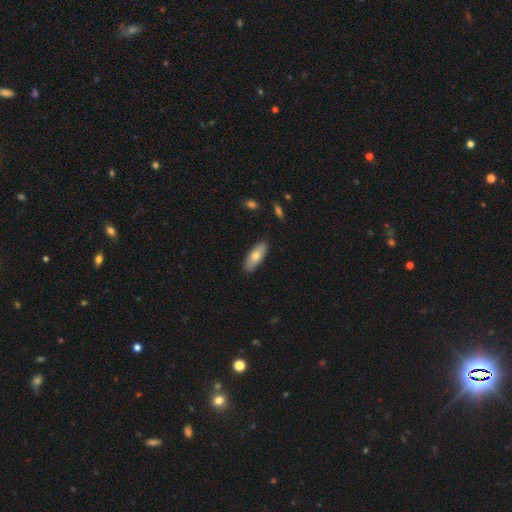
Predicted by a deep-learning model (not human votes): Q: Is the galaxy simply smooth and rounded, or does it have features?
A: smooth — 70%.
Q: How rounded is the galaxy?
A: in between — 73%.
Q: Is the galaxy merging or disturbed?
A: none — 88%.